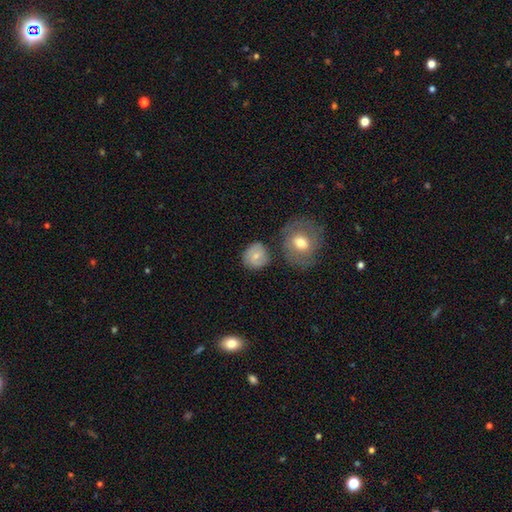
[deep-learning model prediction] smooth_or_featured: smooth (p=0.60) [alt: featured or disk p=0.33]
how_rounded: round (p=0.82) [alt: in between p=0.17]
merging: none (p=0.69) [alt: minor disturbance p=0.16]